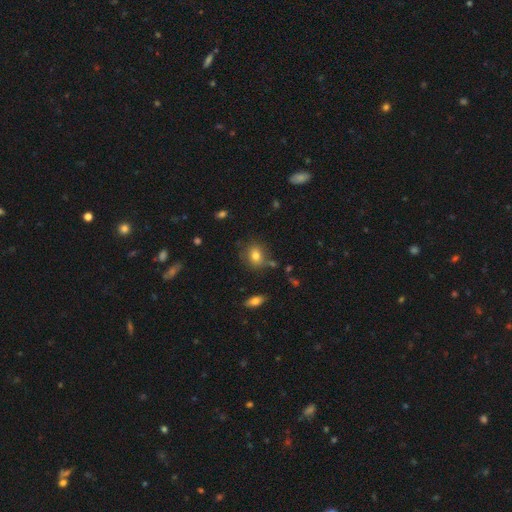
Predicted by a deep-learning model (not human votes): Q: Smooth or featured?
A: smooth (78%); runner-up: star or artifact (11%)
Q: How rounded?
A: round (60%); runner-up: in between (39%)
Q: Merging?
A: none (75%); runner-up: minor disturbance (15%)